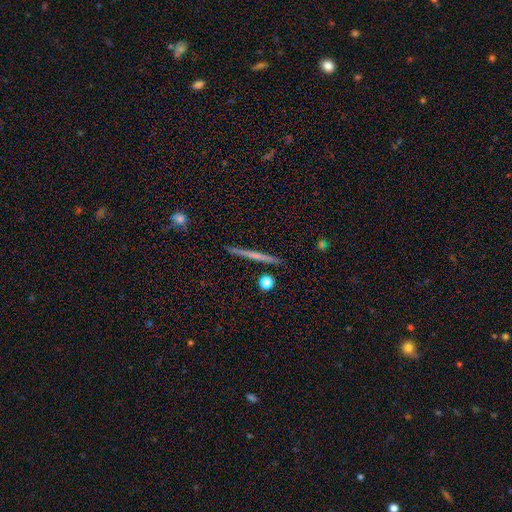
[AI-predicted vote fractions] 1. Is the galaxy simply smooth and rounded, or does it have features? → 50% featured or disk, 43% smooth, 7% star or artifact.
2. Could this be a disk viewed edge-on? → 97% yes, 3% no.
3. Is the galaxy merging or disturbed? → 92% none, 6% minor disturbance, 2% merger, 1% major disturbance.